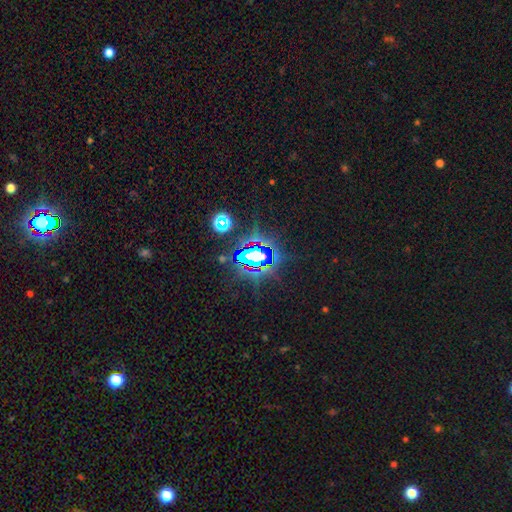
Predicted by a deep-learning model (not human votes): smooth_or_featured: star or artifact (p=0.70) [alt: smooth p=0.15]